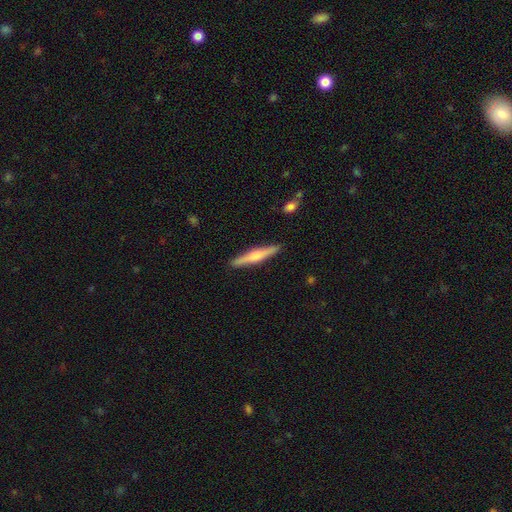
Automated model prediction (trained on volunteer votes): This is possibly a featured or disk galaxy (49%). Merging: clearly none (90%).